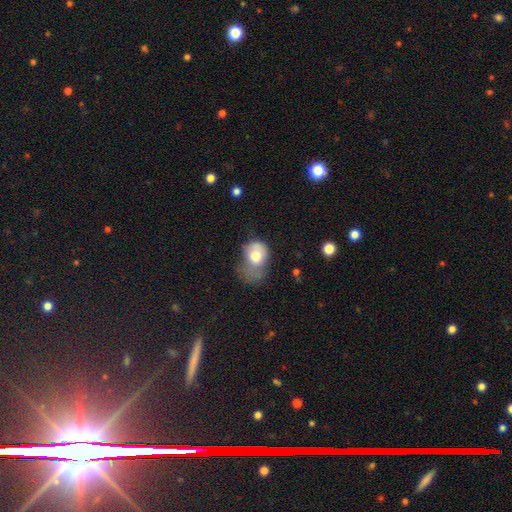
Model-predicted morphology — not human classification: Smooth or featured? Predicted: smooth (p=0.70). How rounded? Predicted: in between (p=0.62). Merging? Predicted: major disturbance (p=0.49).